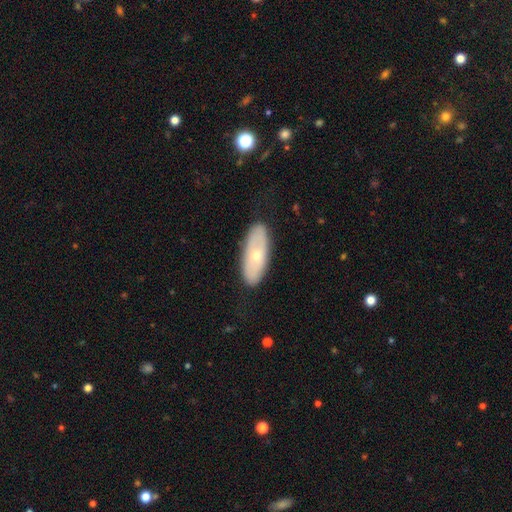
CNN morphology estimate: Overall: smooth (51%; featured or disk 42%). How rounded: in between (75%). Merging: none (84%).